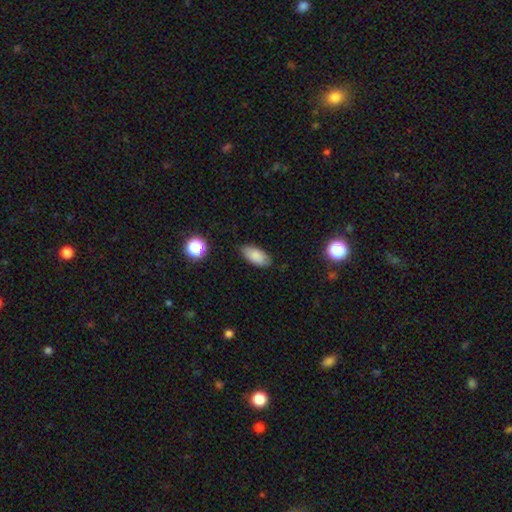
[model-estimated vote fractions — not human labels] Q: Smooth or featured?
A: smooth (85%); runner-up: star or artifact (8%)
Q: How rounded?
A: in between (90%); runner-up: cigar-shaped (7%)
Q: Merging?
A: none (81%); runner-up: minor disturbance (15%)